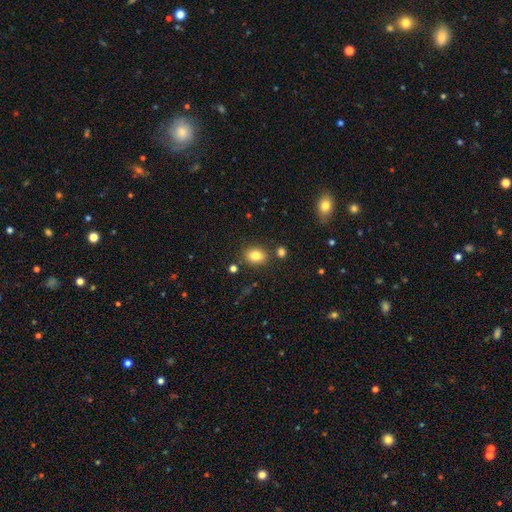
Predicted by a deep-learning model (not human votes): smooth_or_featured: smooth (p=0.82) [alt: star or artifact p=0.10]
how_rounded: in between (p=0.65) [alt: round p=0.33]
merging: none (p=0.80) [alt: minor disturbance p=0.10]